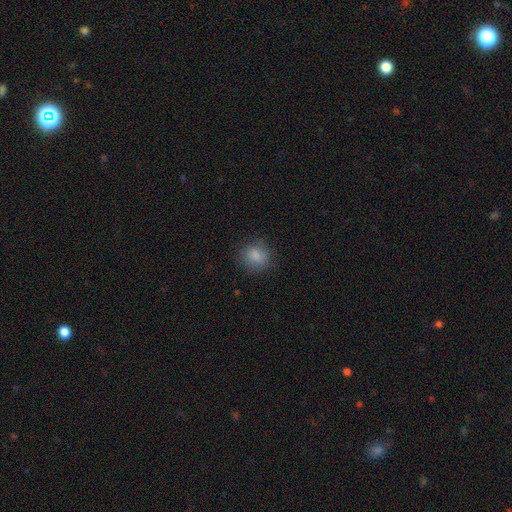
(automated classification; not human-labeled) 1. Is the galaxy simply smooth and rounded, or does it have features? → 85% smooth, 9% star or artifact, 6% featured or disk.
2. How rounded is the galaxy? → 80% round, 19% in between, 1% cigar-shaped.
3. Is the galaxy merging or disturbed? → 82% none, 13% minor disturbance, 4% major disturbance, 1% merger.